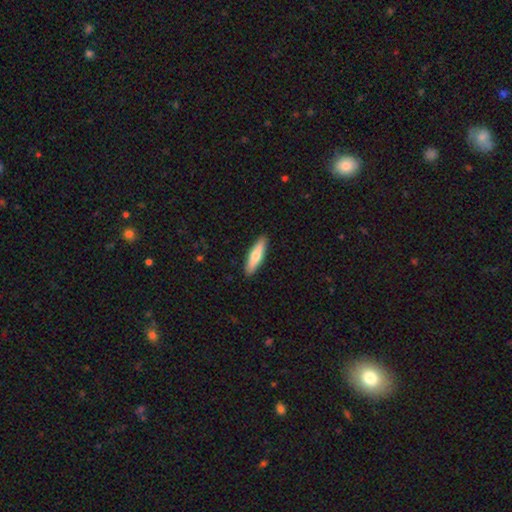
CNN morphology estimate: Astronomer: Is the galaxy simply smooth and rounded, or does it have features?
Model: smooth — 66%.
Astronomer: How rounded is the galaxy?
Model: cigar-shaped — 73%.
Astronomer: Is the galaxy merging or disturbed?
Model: none — 91%.